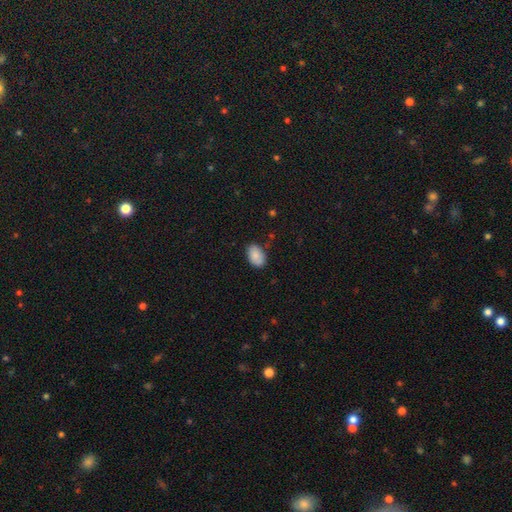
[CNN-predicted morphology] smooth-or-featured: smooth: 87% | star or artifact: 7% | featured or disk: 6%
  how-rounded: in between: 90% | round: 9% | cigar-shaped: 1%
  merging: none: 80% | minor disturbance: 15% | major disturbance: 3% | merger: 2%